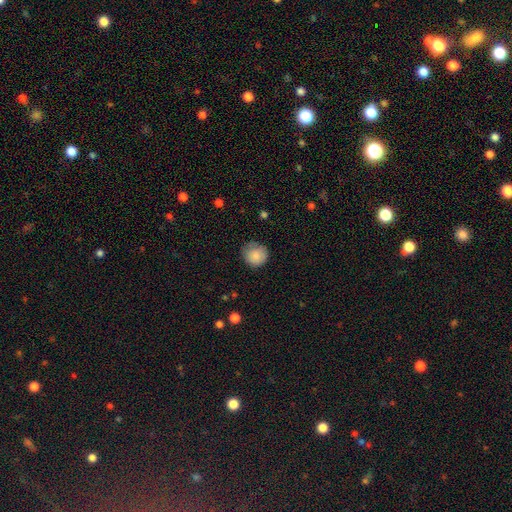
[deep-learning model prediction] Smooth or featured? Predicted: smooth (p=0.84). How rounded? Predicted: round (p=0.89). Merging? Predicted: none (p=0.69).